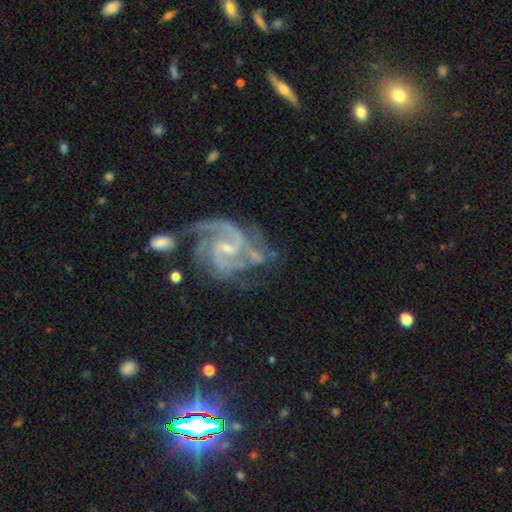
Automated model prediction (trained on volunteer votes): A featured or disk galaxy (91%) with a weak bar (48%), 2 (42%) medium (56%) spiral arms (98%) and a small central bulge (76%). Merging: none (47%).